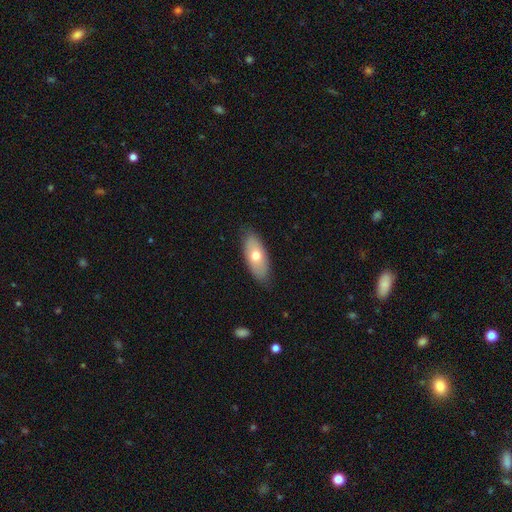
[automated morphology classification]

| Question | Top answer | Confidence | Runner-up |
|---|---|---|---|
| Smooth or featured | smooth | 65% | featured or disk (29%) |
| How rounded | in between | 86% | cigar-shaped (11%) |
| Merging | none | 83% | minor disturbance (13%) |